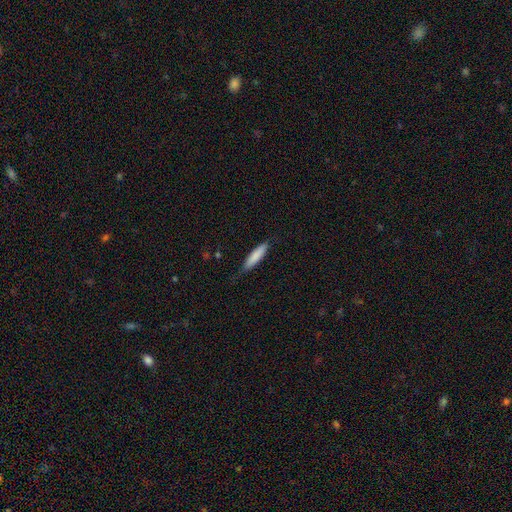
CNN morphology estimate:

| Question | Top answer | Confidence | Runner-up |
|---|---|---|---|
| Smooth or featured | smooth | 82% | featured or disk (12%) |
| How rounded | cigar-shaped | 81% | in between (18%) |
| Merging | none | 77% | minor disturbance (19%) |